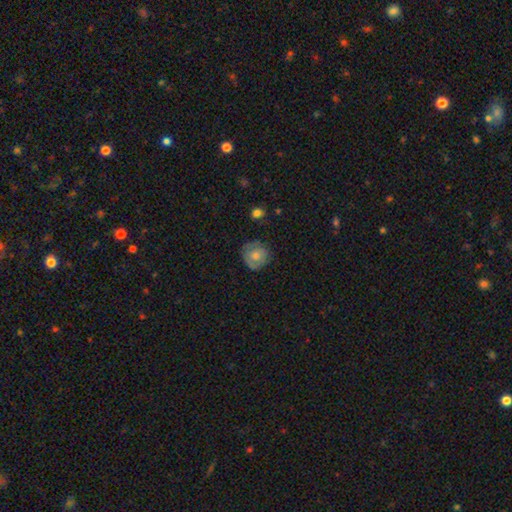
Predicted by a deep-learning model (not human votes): smooth 60%, featured or disk 32%, star or artifact 7%. Down the decision tree: how rounded — round (88%); merging — none (71%).